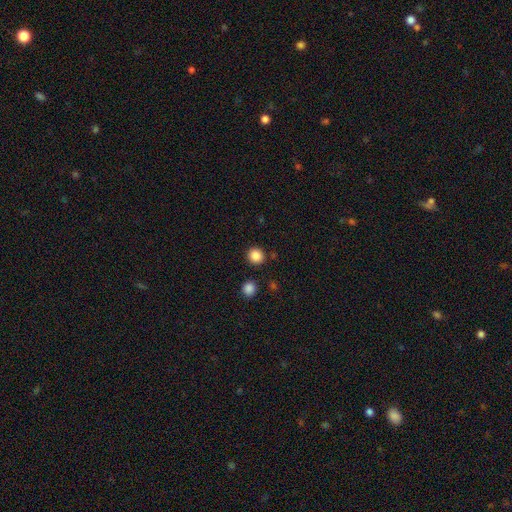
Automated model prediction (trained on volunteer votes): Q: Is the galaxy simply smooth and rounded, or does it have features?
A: smooth — 86%.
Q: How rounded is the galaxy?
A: round — 92%.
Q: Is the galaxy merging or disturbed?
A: none — 89%.